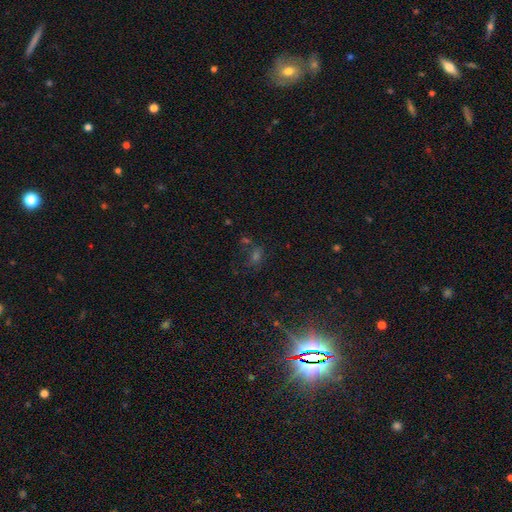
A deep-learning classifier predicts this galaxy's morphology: Smooth or featured? star or artifact (57%)